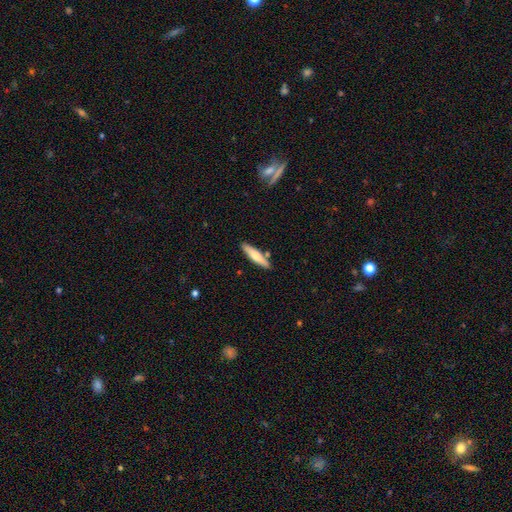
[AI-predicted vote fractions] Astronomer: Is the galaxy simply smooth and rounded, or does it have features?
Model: smooth — 63%.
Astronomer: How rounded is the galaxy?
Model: cigar-shaped — 80%.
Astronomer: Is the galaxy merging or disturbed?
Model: none — 84%.